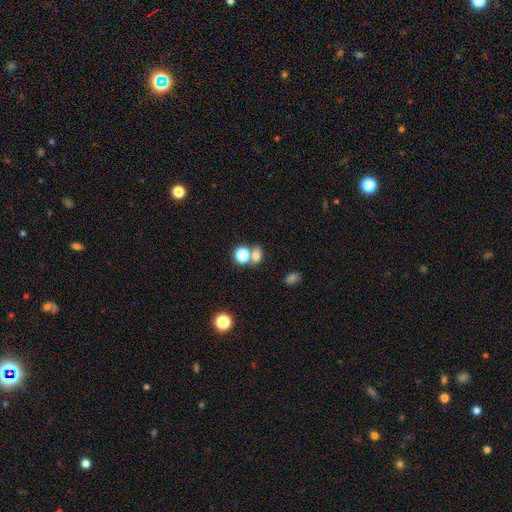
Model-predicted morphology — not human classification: Smooth or featured?
  - smooth: 72% *
  - star or artifact: 18%
  - featured or disk: 10%
How rounded?
  - round: 52% *
  - in between: 45%
  - cigar-shaped: 2%
Merging?
  - none: 47% *
  - merger: 40%
  - minor disturbance: 9%
  - major disturbance: 4%